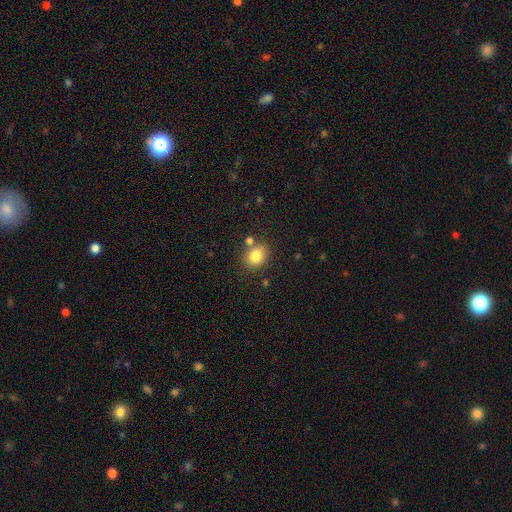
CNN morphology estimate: A smooth galaxy with no disk features (82%) that is round (62%).

Vote fractions:
- Smooth or featured? smooth: 82% / star or artifact: 10% / featured or disk: 8%
- How rounded? round: 62% / in between: 37% / cigar-shaped: 1%
- Merging? none: 72% / merger: 13% / minor disturbance: 12% / major disturbance: 3%